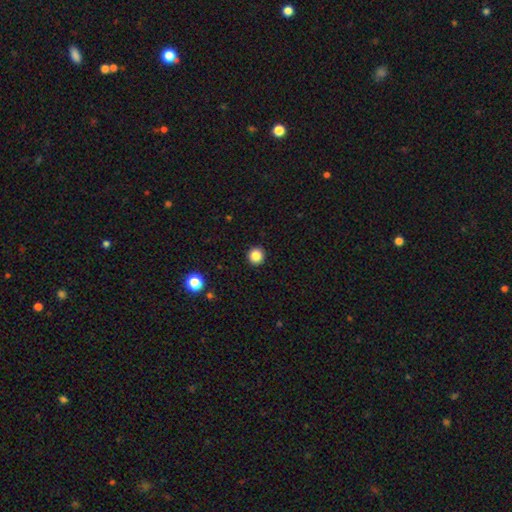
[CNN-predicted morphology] Q: Smooth or featured?
A: smooth (85%); runner-up: star or artifact (11%)
Q: How rounded?
A: round (95%); runner-up: in between (4%)
Q: Merging?
A: none (93%); runner-up: minor disturbance (4%)